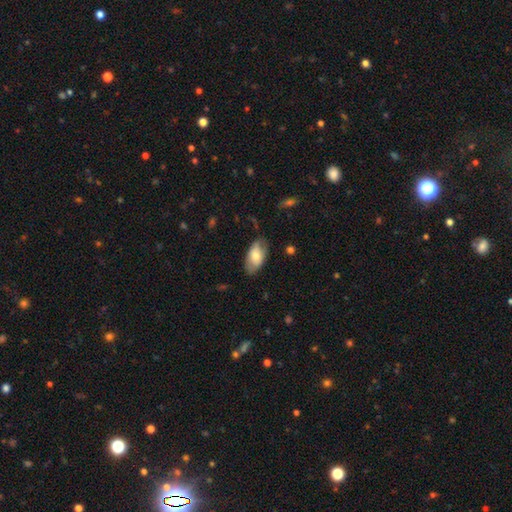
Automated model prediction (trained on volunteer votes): A smooth galaxy with no disk features (64%) that is in between round and cigar-shaped (93%).

Vote fractions:
- Smooth or featured? smooth: 64% / featured or disk: 29% / star or artifact: 6%
- How rounded? in between: 93% / round: 4% / cigar-shaped: 3%
- Merging? none: 72% / minor disturbance: 22% / major disturbance: 5% / merger: 1%